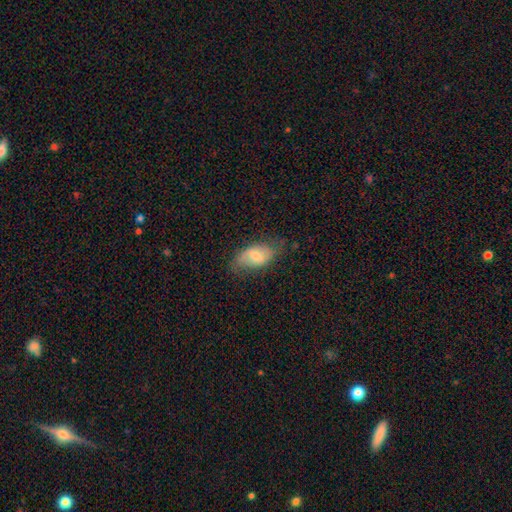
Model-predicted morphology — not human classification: smooth_or_featured: smooth (p=0.63) [alt: featured or disk p=0.30]
how_rounded: in between (p=0.92) [alt: round p=0.05]
merging: none (p=0.64) [alt: minor disturbance p=0.26]